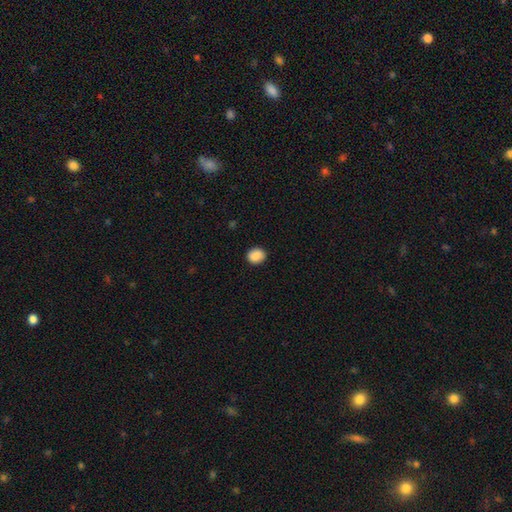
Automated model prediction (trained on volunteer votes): smooth 89%, star or artifact 8%, featured or disk 3%. Down the decision tree: how rounded — round (67%); merging — none (90%).